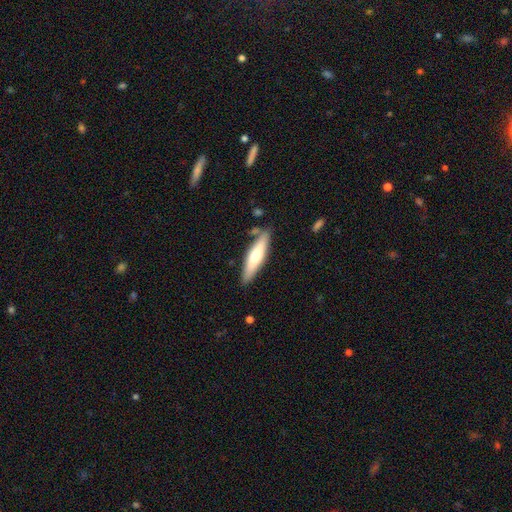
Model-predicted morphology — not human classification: Smooth or featured? smooth (59%)
How rounded? cigar-shaped (75%)
Merging? none (80%)